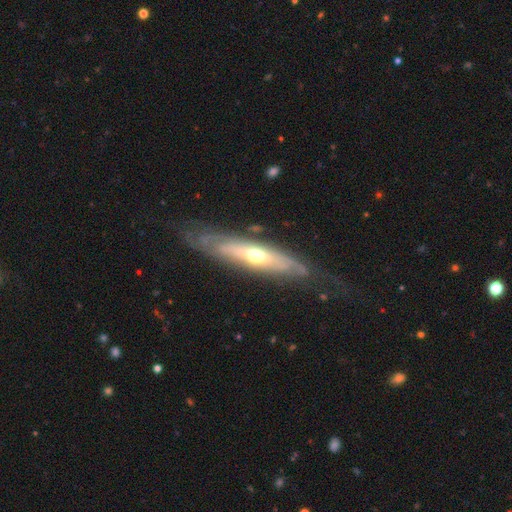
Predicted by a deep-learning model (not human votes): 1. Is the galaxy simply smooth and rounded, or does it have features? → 74% featured or disk, 20% smooth, 5% star or artifact.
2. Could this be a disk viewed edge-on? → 51% yes, 49% no.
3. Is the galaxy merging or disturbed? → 72% none, 19% minor disturbance, 8% major disturbance, 2% merger.